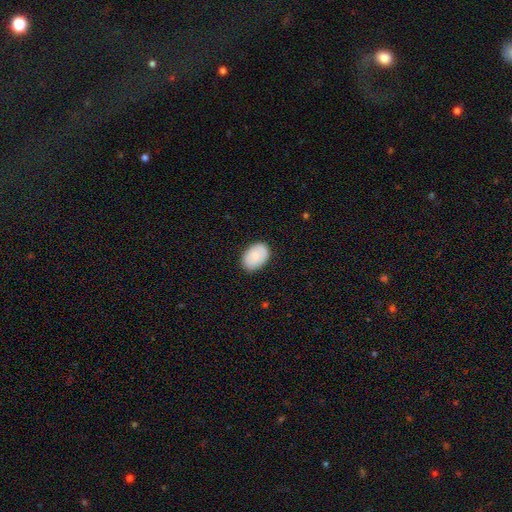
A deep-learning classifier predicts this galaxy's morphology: Q: Smooth or featured?
A: smooth (80%); runner-up: featured or disk (14%)
Q: How rounded?
A: in between (84%); runner-up: round (15%)
Q: Merging?
A: none (85%); runner-up: minor disturbance (12%)